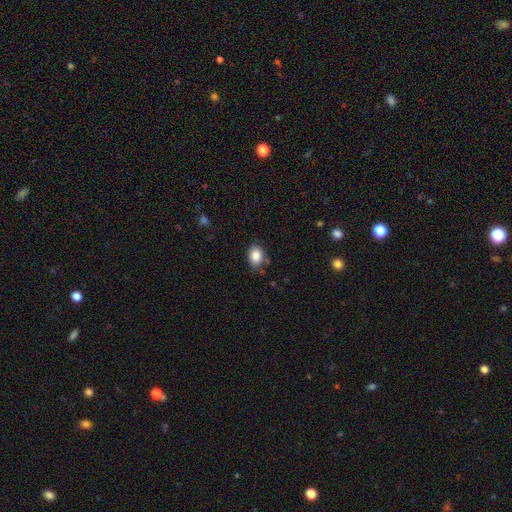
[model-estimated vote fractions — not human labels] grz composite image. It shows a smooth galaxy with no disk features (86%) that is in between round and cigar-shaped (68%). Merging: none (77%).